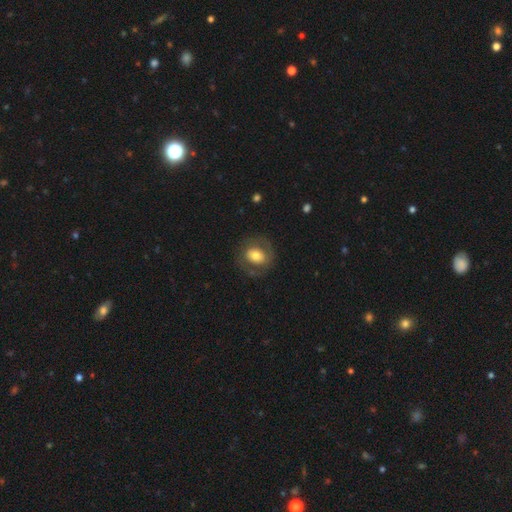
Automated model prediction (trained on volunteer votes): Morphology: type=smooth (59%); roundness=round (61%); merging=none (76%).